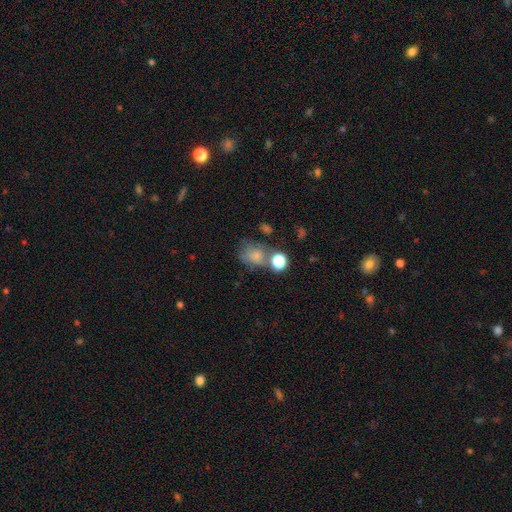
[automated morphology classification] This appears to be a smooth galaxy with no disk features (73%) that is round (55%). Merging: none (43%).